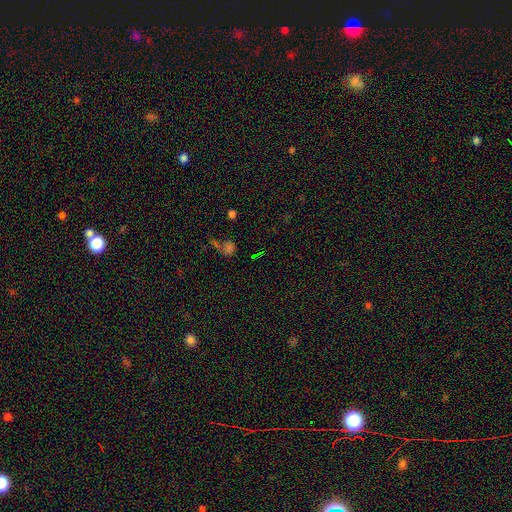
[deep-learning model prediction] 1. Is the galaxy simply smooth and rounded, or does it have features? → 58% star or artifact, 31% smooth, 11% featured or disk.